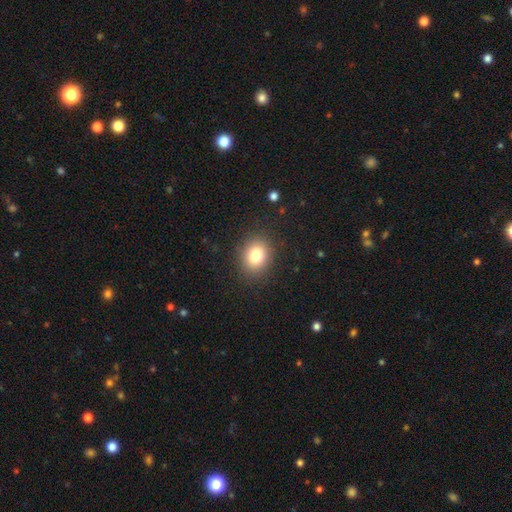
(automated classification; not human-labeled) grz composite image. It shows a smooth galaxy with no disk features (81%) that is round (59%). Merging: none (88%).